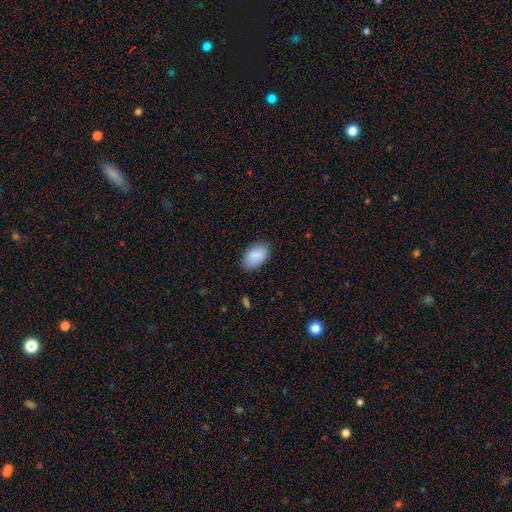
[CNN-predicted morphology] smooth 88%, star or artifact 6%, featured or disk 6%. Down the decision tree: how rounded — in between (94%); merging — none (82%).